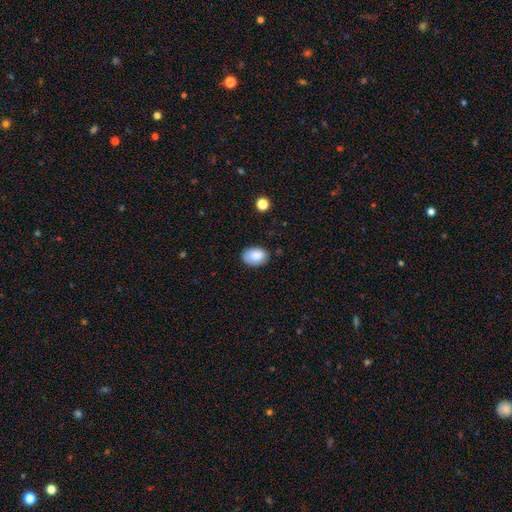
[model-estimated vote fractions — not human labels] smooth 86%, star or artifact 7%, featured or disk 7%. Down the decision tree: how rounded — in between (82%); merging — none (79%).